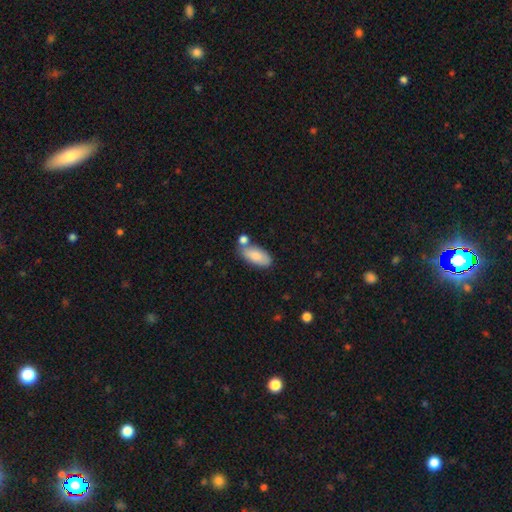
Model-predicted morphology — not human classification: smooth 83%, featured or disk 10%, star or artifact 6%. Down the decision tree: how rounded — in between (88%); merging — none (56%).